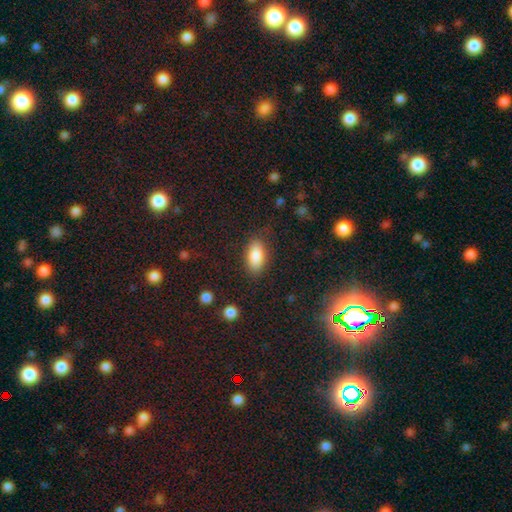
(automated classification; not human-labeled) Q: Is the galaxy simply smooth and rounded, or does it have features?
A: smooth — 86%.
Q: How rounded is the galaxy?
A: in between — 91%.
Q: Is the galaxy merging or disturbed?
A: none — 83%.